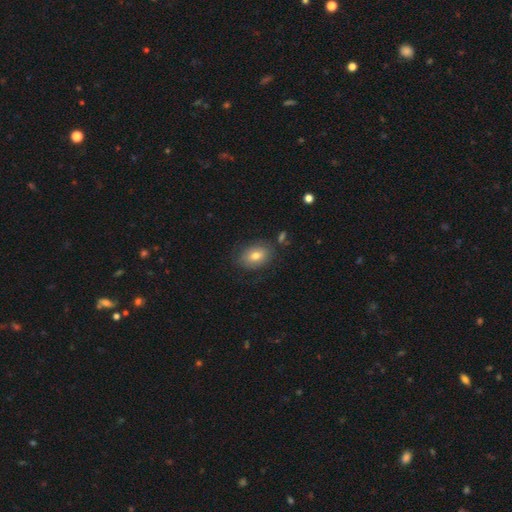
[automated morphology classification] Smooth or featured: smooth — 76% (featured or disk — 16%)
How rounded: in between — 75% (round — 24%)
Merging: none — 79% (minor disturbance — 14%)